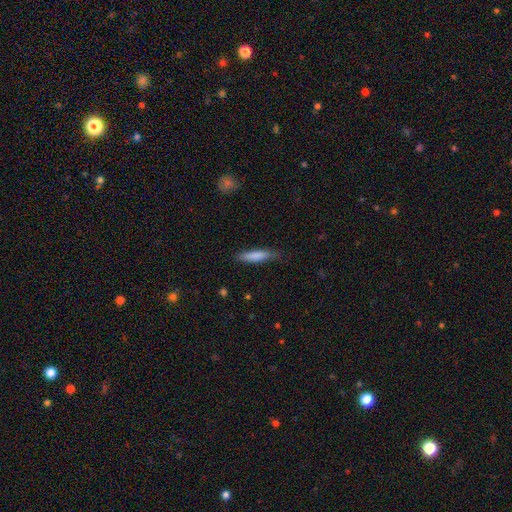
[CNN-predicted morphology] Smooth or featured?
  - smooth: 81% *
  - featured or disk: 14%
  - star or artifact: 6%
How rounded?
  - cigar-shaped: 80% *
  - in between: 19%
  - round: 1%
Merging?
  - none: 80% *
  - minor disturbance: 16%
  - major disturbance: 3%
  - merger: 1%